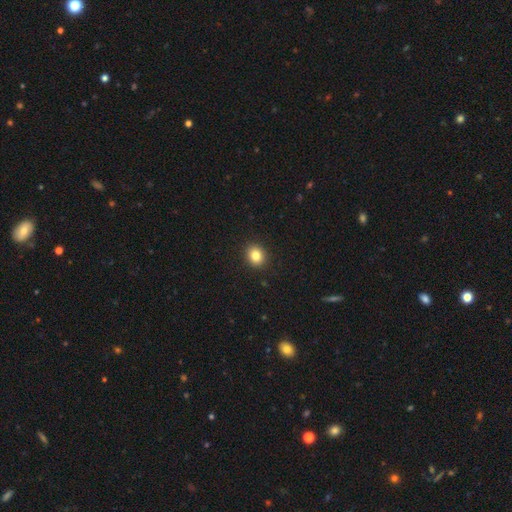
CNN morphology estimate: Smooth or featured: smooth — 83% (star or artifact — 11%)
How rounded: round — 70% (in between — 29%)
Merging: none — 92% (minor disturbance — 6%)